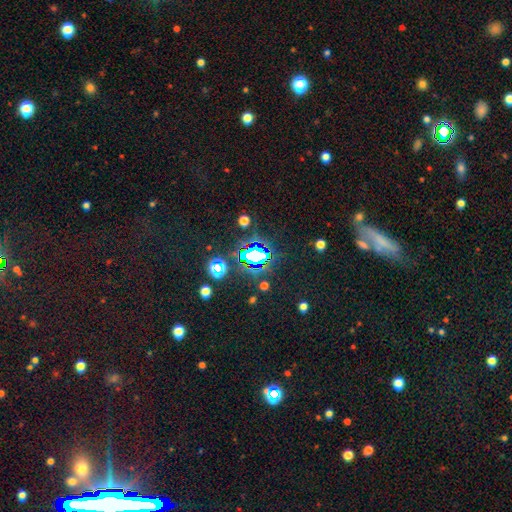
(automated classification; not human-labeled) Smooth or featured? star or artifact (71%)